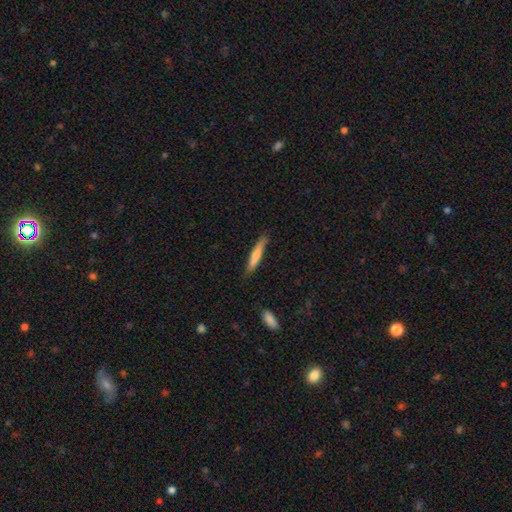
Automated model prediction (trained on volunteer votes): This is likely a smooth galaxy (72%). How rounded: clearly cigar-shaped (92%). Merging: clearly none (80%).